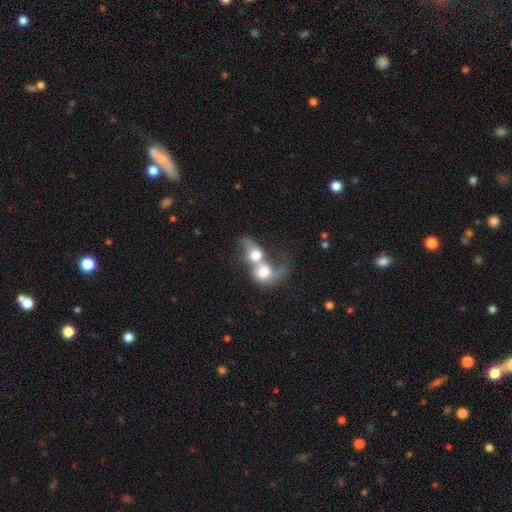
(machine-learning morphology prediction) This appears to be a smooth galaxy with no disk features (53%) that is in between round and cigar-shaped (52%). Merging: merger (85%).